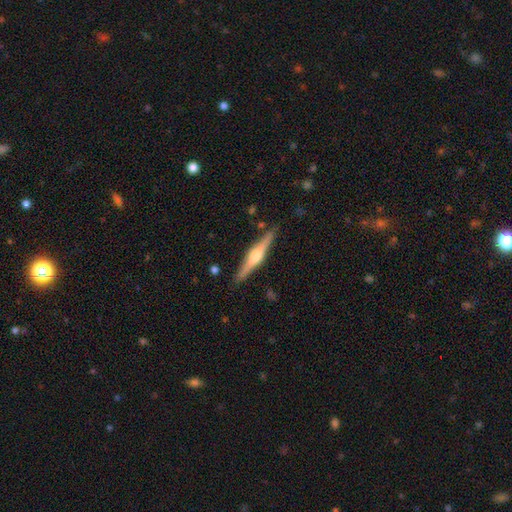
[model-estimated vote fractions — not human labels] featured or disk 74%, smooth 20%, star or artifact 5%. Down the decision tree: edge-on disk — yes (98%); edge-on bulge — rounded (91%); merging — none (89%).